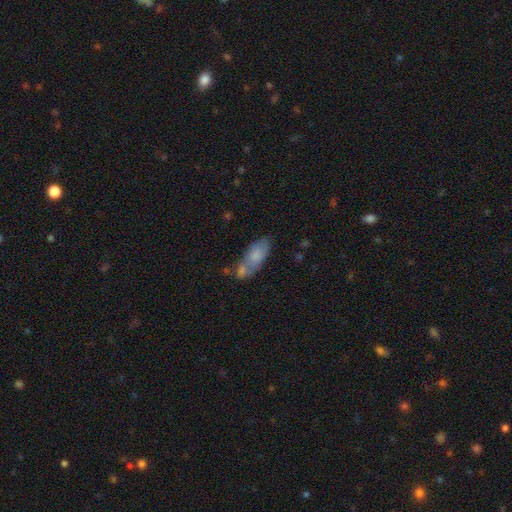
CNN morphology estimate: type=smooth (72%); roundness=in between (77%); merging=none (42%).